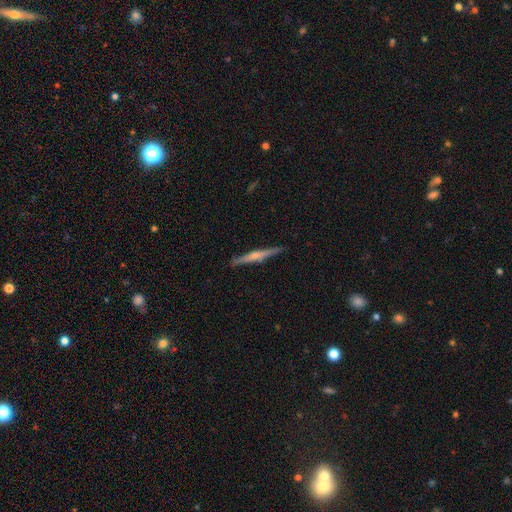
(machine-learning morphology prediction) Overall: featured or disk (64%; smooth 30%). Edge-on disk: yes (98%). Edge-on bulge: rounded (68%). Merging: none (90%).